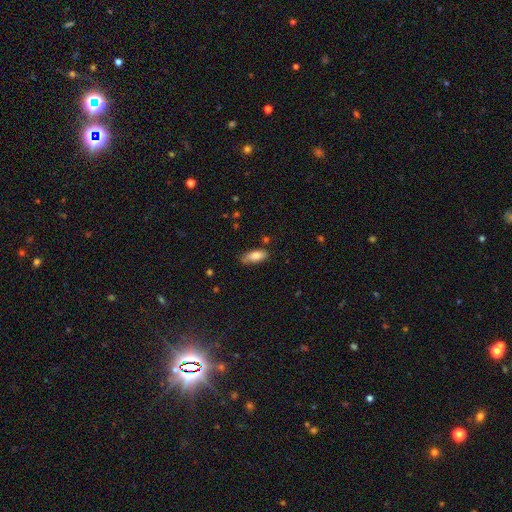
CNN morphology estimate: This appears to be a smooth galaxy with no disk features (84%) that is in between round and cigar-shaped (79%). Merging: none (66%).